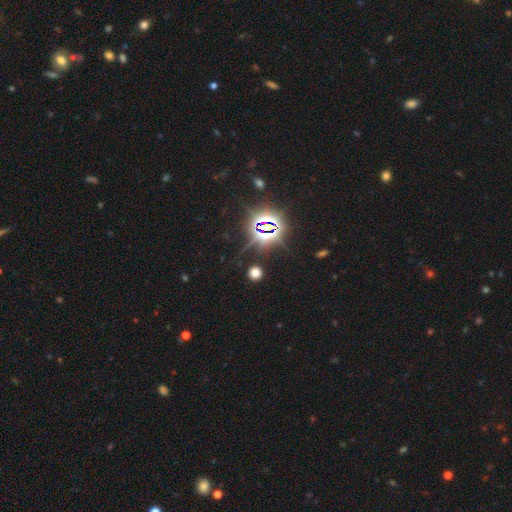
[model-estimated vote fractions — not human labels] This appears to be a star or artifact, not a galaxy (81%).